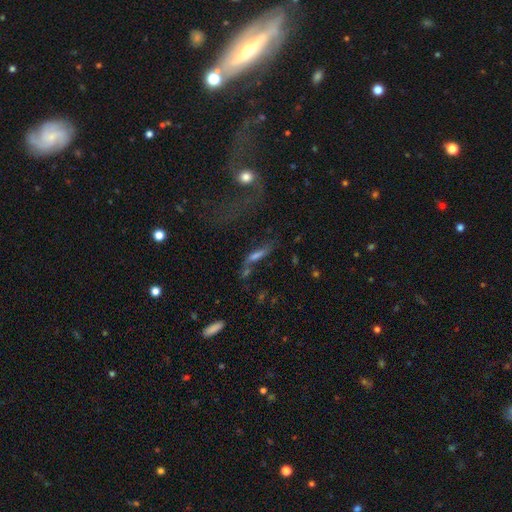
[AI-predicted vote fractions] Smooth or featured: smooth — 42% (featured or disk — 41%)
Merging: none — 37% (major disturbance — 24%)